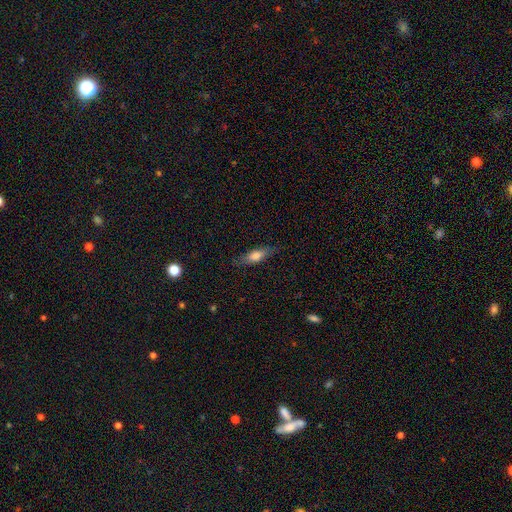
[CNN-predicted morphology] This appears to be a smooth galaxy with no disk features (66%) that is cigar-shaped (49%). Merging: none (82%).